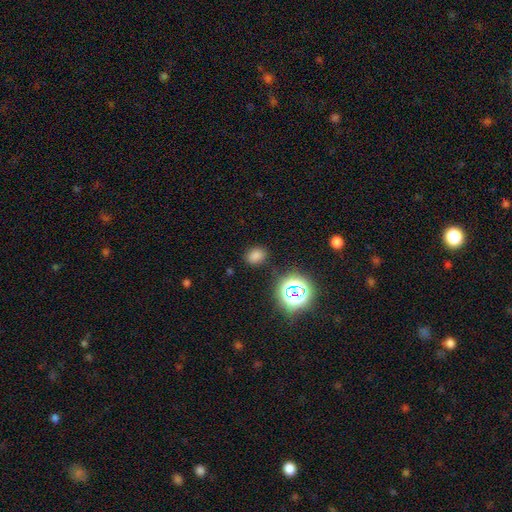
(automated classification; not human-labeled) smooth-or-featured: smooth: 73% | star or artifact: 21% | featured or disk: 6%
  how-rounded: in between: 61% | round: 38% | cigar-shaped: 1%
  merging: none: 82% | minor disturbance: 12% | major disturbance: 4% | merger: 3%